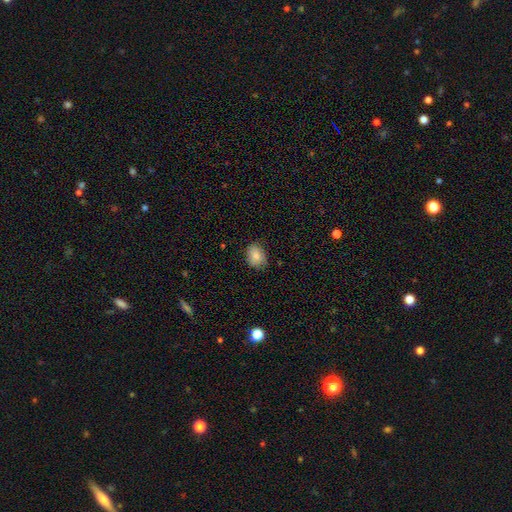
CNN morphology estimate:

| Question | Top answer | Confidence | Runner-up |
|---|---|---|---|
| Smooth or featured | smooth | 84% | featured or disk (8%) |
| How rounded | in between | 66% | round (33%) |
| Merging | none | 76% | minor disturbance (19%) |